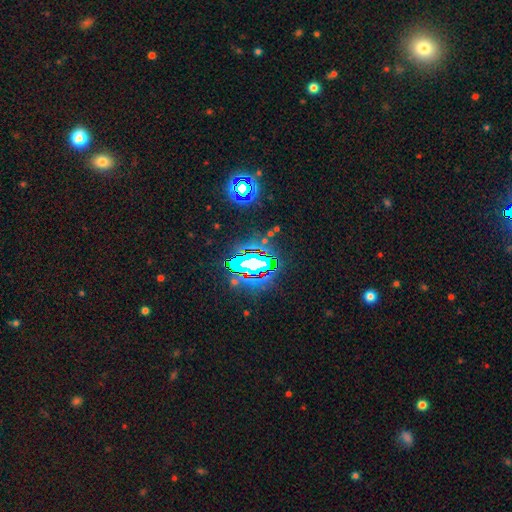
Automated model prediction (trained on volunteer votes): A star or artifact, not a galaxy (77%).